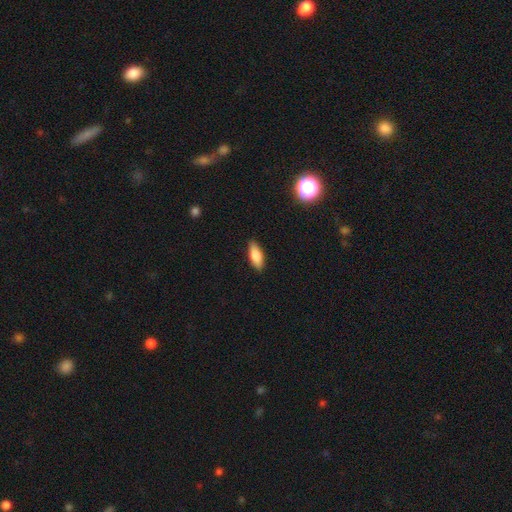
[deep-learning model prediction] smooth 83%, featured or disk 10%, star or artifact 7%. Down the decision tree: how rounded — in between (72%); merging — none (86%).